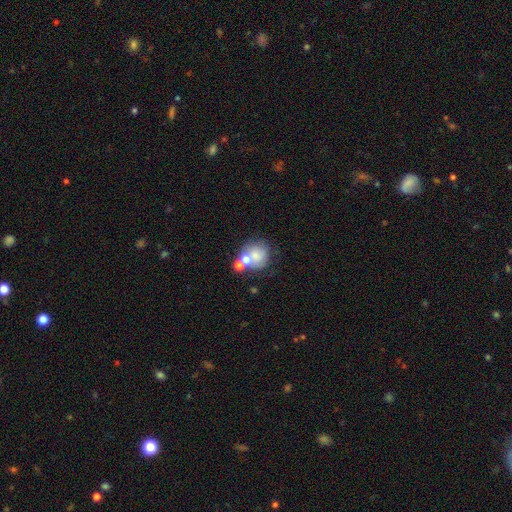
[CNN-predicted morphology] This appears to be a smooth galaxy with no disk features (60%) that is round (75%). Merging: none (40%).